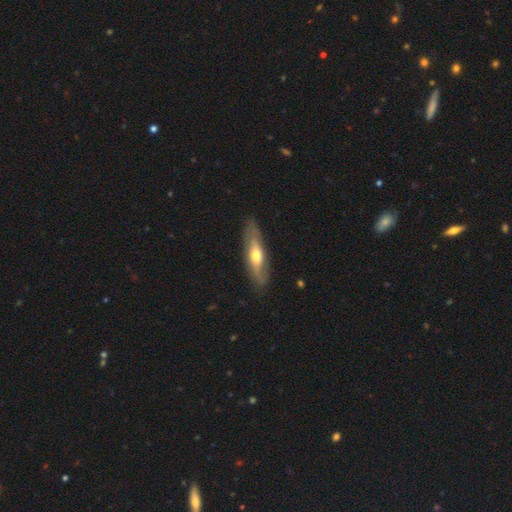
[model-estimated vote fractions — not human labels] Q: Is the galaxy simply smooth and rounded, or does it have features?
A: featured or disk — 49%.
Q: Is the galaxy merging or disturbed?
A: none — 82%.